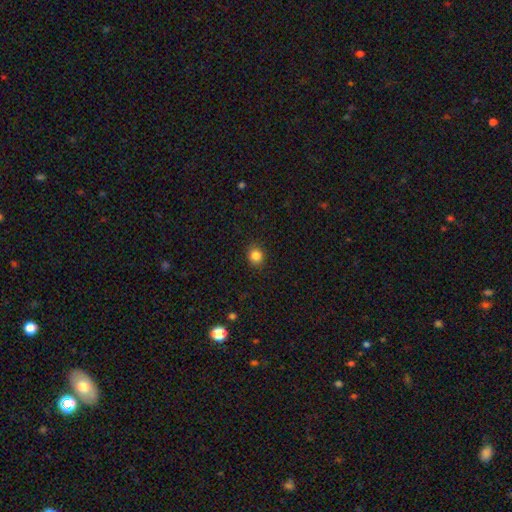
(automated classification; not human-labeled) A smooth galaxy with no disk features (85%) that is round (76%). Merging: none (89%).